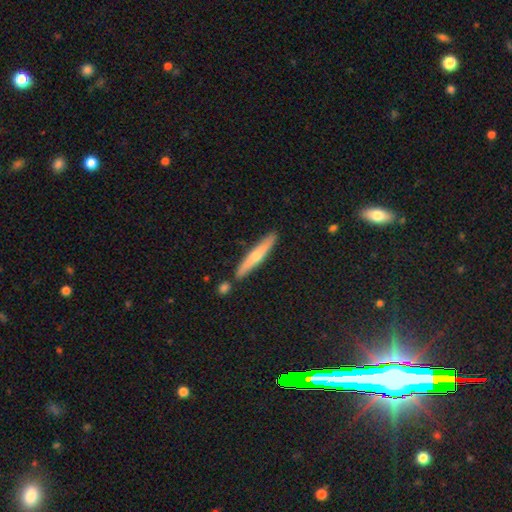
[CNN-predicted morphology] This appears to be a featured or disk galaxy (56%) viewed edge-on (93%) with a rounded central bulge (79%). Merging: none (84%).